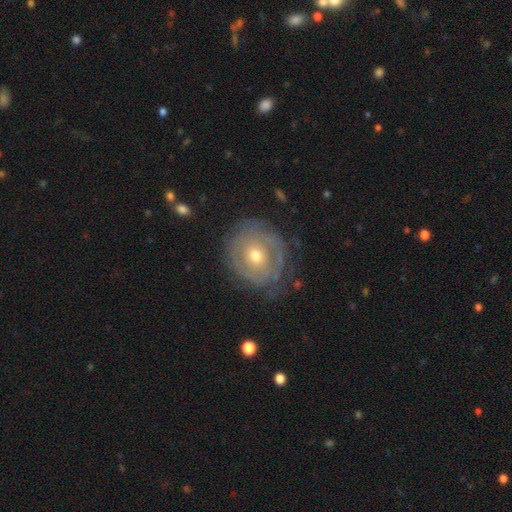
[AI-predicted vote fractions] Morphology: type=featured or disk (70%); edge-on=no (96%); bar=no (76%); spiral arms=yes (68%); bulge=moderate (59%); merging=none (70%).